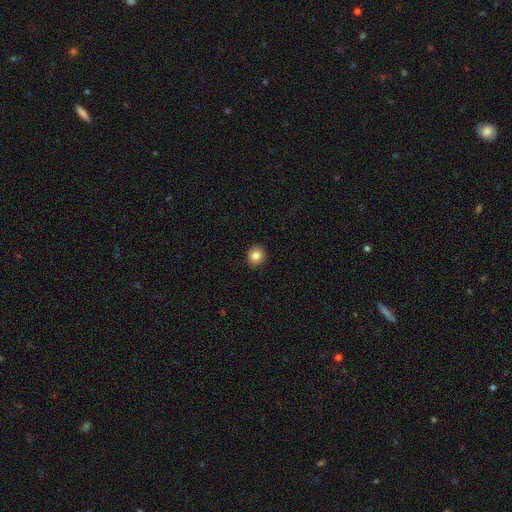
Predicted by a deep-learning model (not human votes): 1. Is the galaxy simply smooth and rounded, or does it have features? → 85% smooth, 10% star or artifact, 6% featured or disk.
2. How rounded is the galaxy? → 85% round, 14% in between, 1% cigar-shaped.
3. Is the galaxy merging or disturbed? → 92% none, 6% minor disturbance, 2% major disturbance, 1% merger.